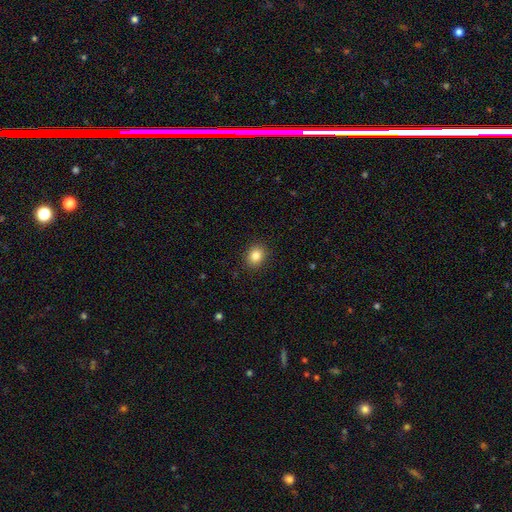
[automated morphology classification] Overall: smooth (85%). How rounded: round (55%; in between 45%). Merging: none (90%).